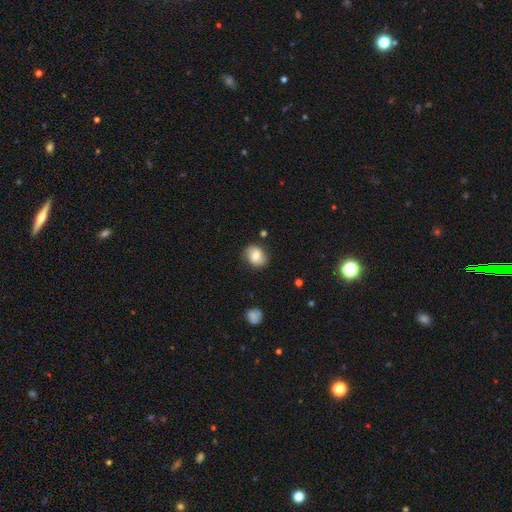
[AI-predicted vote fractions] This appears to be a smooth galaxy with no disk features (68%) that is round (53%). Merging: none (80%).